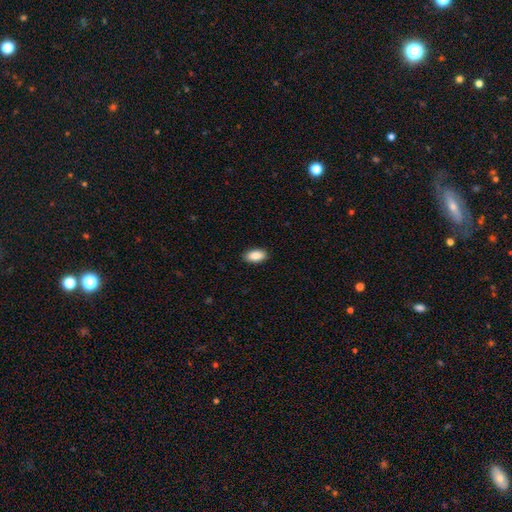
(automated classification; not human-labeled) The model was most divided on "smooth or featured": smooth: 88%, star or artifact: 7%, featured or disk: 5%. More confident: how rounded — in between (94%); merging — none (90%).